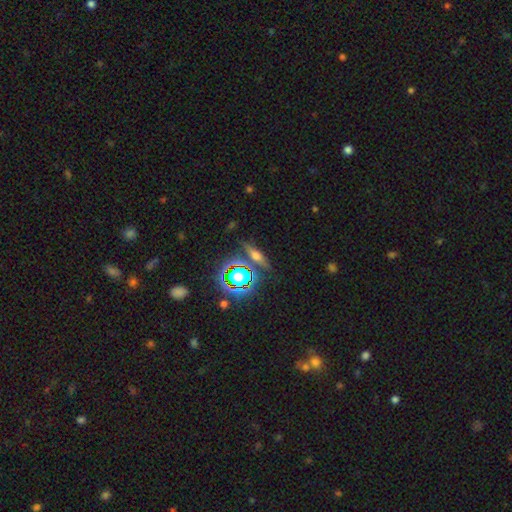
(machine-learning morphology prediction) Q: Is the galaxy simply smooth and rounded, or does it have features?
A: smooth — 39%.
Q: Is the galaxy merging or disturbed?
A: none — 79%.